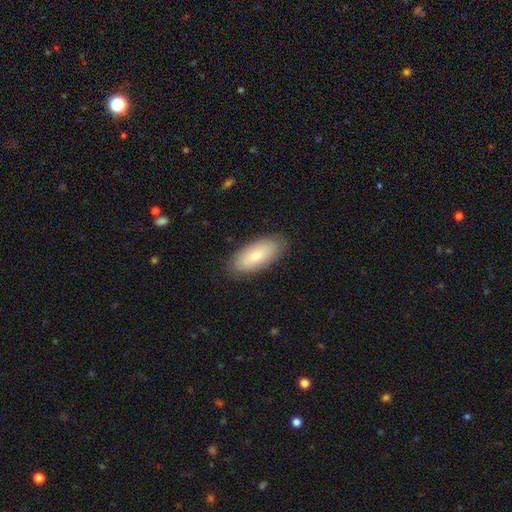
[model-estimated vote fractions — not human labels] Overall: smooth (75%). How rounded: in between (88%). Merging: none (86%).